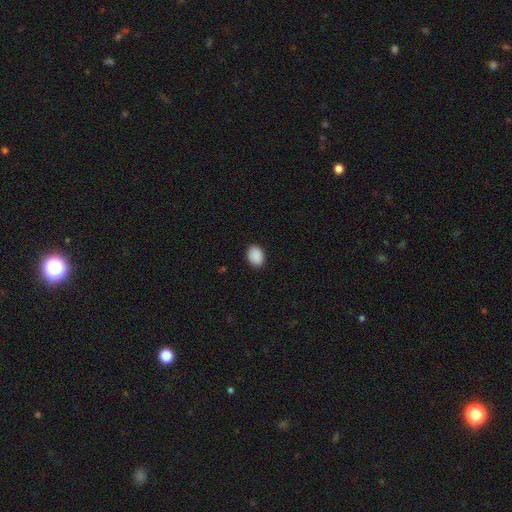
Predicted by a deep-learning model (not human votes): This appears to be a smooth galaxy with no disk features (90%) that is in between round and cigar-shaped (59%). Merging: none (90%).